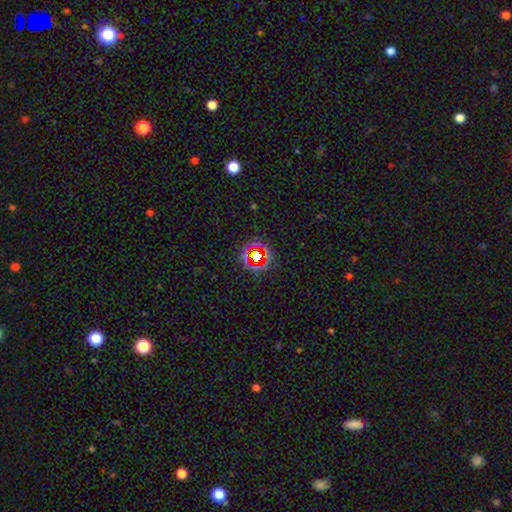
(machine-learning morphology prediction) Smooth or featured? Predicted: star or artifact (p=0.67).